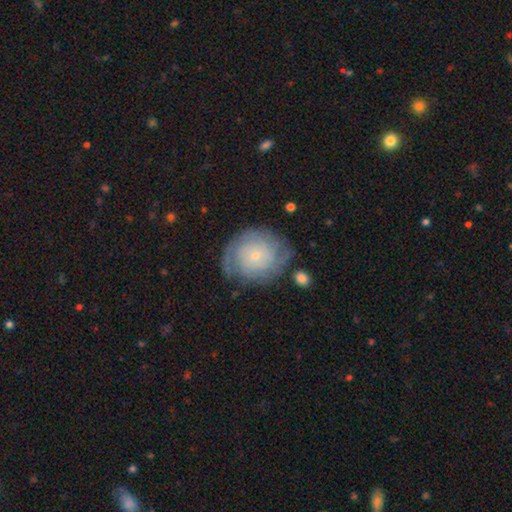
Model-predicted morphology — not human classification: Smooth or featured? Predicted: featured or disk (p=0.66). Edge-on disk? Predicted: no (p=0.97). Bar? Predicted: no (p=0.82). Spiral arms? Predicted: yes (p=0.86). Spiral winding? Predicted: tight (p=0.66). Spiral arm count? Predicted: can't tell (p=0.42). Bulge size? Predicted: small (p=0.83). Merging? Predicted: none (p=0.70).